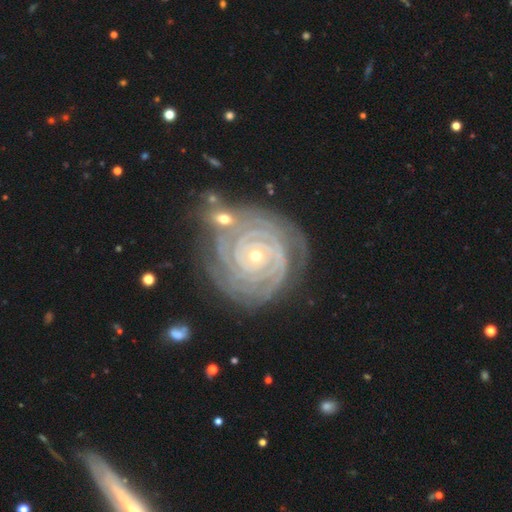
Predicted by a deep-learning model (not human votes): Smooth or featured? Predicted: featured or disk (p=0.92). Edge-on disk? Predicted: no (p=0.98). Bar? Predicted: no (p=0.73). Spiral arms? Predicted: yes (p=0.99). Spiral winding? Predicted: tight (p=0.91). Spiral arm count? Predicted: 3 (p=0.25). Bulge size? Predicted: small (p=0.72). Merging? Predicted: none (p=0.72).